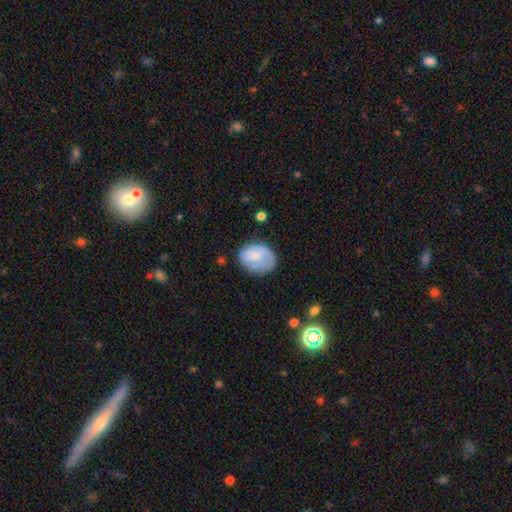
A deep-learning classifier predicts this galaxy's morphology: This appears to be a smooth galaxy with no disk features (64%) that is in between round and cigar-shaped (51%). Merging: none (56%).